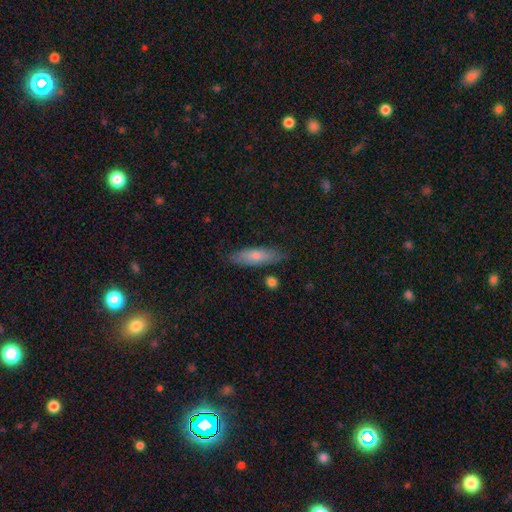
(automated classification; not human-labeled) A smooth galaxy with no disk features (64%) that is cigar-shaped (59%).

Vote fractions:
- Smooth or featured? smooth: 64% / featured or disk: 29% / star or artifact: 7%
- How rounded? cigar-shaped: 59% / in between: 38% / round: 2%
- Merging? none: 82% / minor disturbance: 13% / major disturbance: 2% / merger: 2%